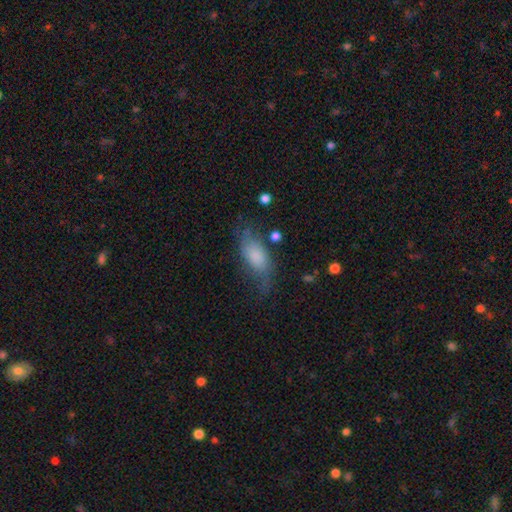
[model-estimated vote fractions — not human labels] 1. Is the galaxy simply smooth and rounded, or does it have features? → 64% smooth, 27% featured or disk, 8% star or artifact.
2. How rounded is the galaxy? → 85% in between, 11% cigar-shaped, 5% round.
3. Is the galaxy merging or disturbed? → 48% none, 28% minor disturbance, 20% major disturbance, 4% merger.